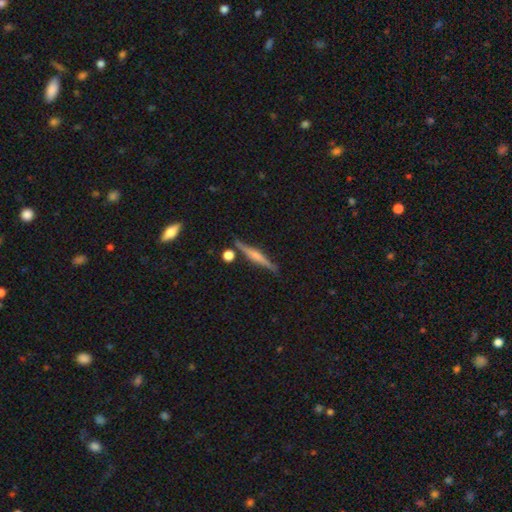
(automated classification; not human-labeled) smooth-or-featured: featured or disk: 63% | smooth: 30% | star or artifact: 7%
  disk-edge-on: yes: 97% | no: 3%
    edge-on-bulge: rounded: 62% | boxy: 21% | none: 18%
  merging: none: 84% | minor disturbance: 9% | merger: 5% | major disturbance: 2%